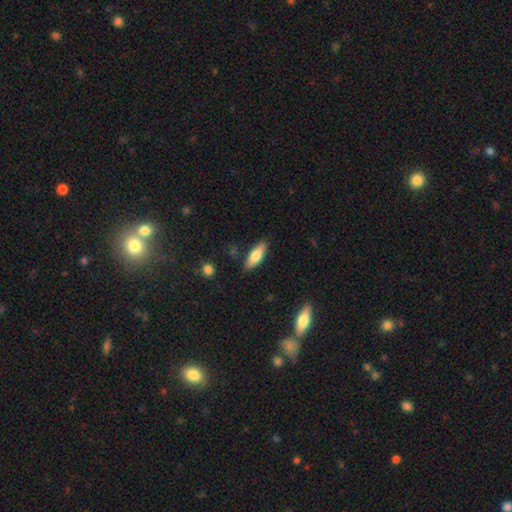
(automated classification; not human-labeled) Smooth or featured?
  - smooth: 73% *
  - featured or disk: 21%
  - star or artifact: 6%
How rounded?
  - in between: 58% *
  - cigar-shaped: 40%
  - round: 2%
Merging?
  - none: 84% *
  - minor disturbance: 11%
  - major disturbance: 2%
  - merger: 2%